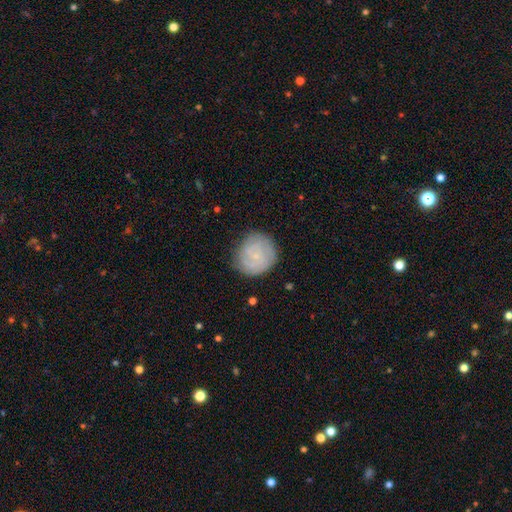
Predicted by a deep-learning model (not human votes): Morphology: type=featured or disk (51%); edge-on=no (98%); bar=no (72%); spiral arms=yes (84%); bulge=small (78%); merging=none (79%).